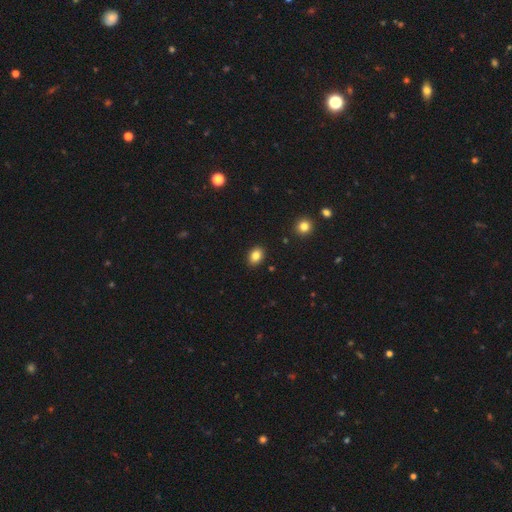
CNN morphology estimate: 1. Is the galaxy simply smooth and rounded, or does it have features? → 84% smooth, 10% star or artifact, 6% featured or disk.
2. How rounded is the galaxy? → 68% in between, 31% round, 1% cigar-shaped.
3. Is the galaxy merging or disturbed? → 90% none, 7% minor disturbance, 2% major disturbance, 1% merger.